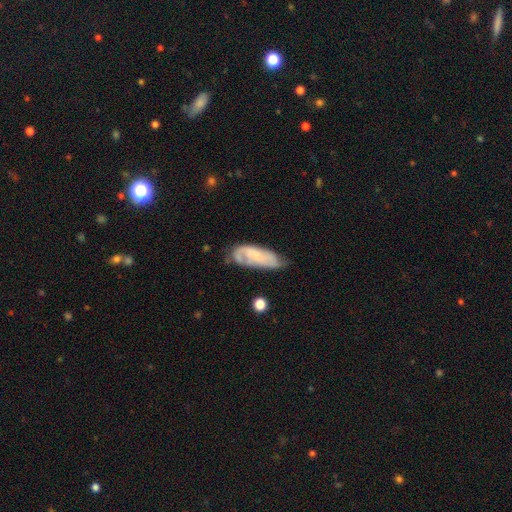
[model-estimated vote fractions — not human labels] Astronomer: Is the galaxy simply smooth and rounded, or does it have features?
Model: featured or disk — 49% (runner-up: smooth, 43%).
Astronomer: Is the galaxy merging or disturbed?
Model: none — 49% (runner-up: minor disturbance, 33%).